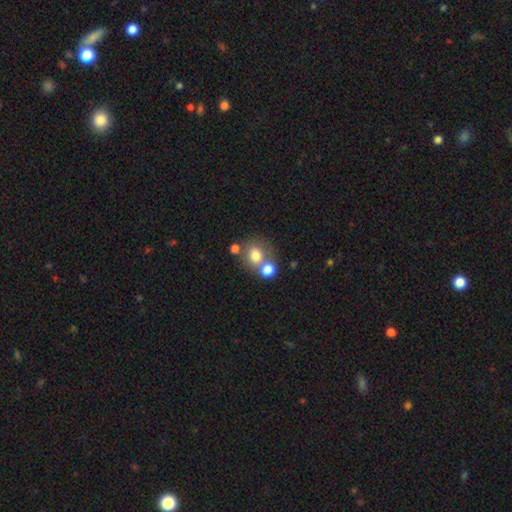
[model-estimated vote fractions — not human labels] Morphology: type=smooth (74%); roundness=round (79%); merging=none (50%).